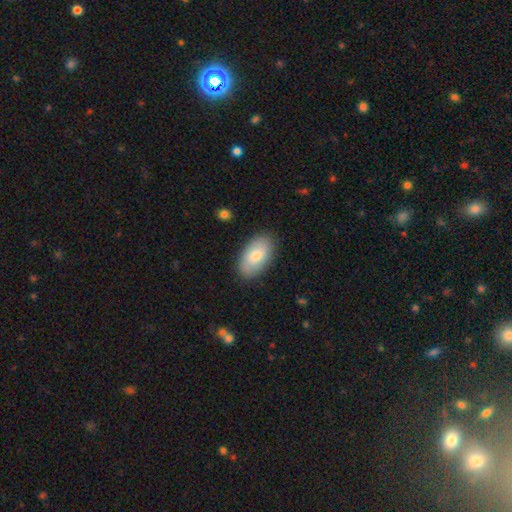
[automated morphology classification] Q: Smooth or featured?
A: smooth (77%); runner-up: featured or disk (17%)
Q: How rounded?
A: in between (94%); runner-up: round (4%)
Q: Merging?
A: none (86%); runner-up: minor disturbance (10%)